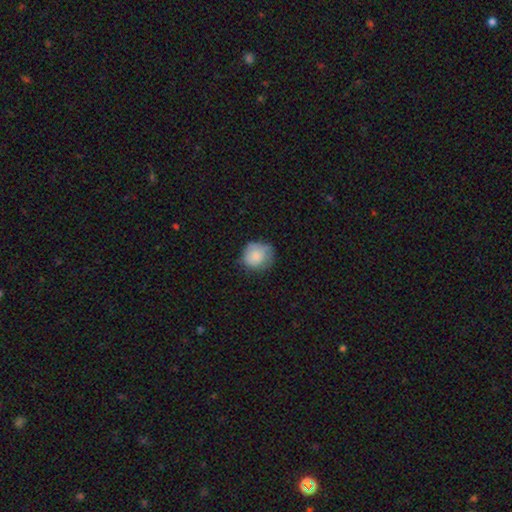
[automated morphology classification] This is clearly a smooth galaxy (81%). How rounded: clearly round (80%). Merging: possibly none (58%).